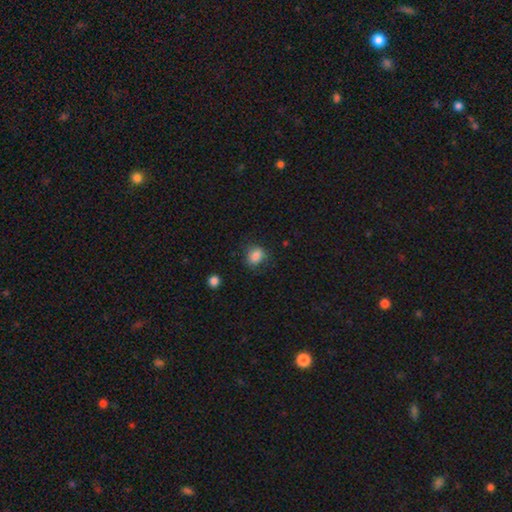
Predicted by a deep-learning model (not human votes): The model was most divided on "how rounded": in between: 53%, round: 46%, cigar-shaped: 1%. More confident: smooth or featured — smooth (84%); merging — none (68%).